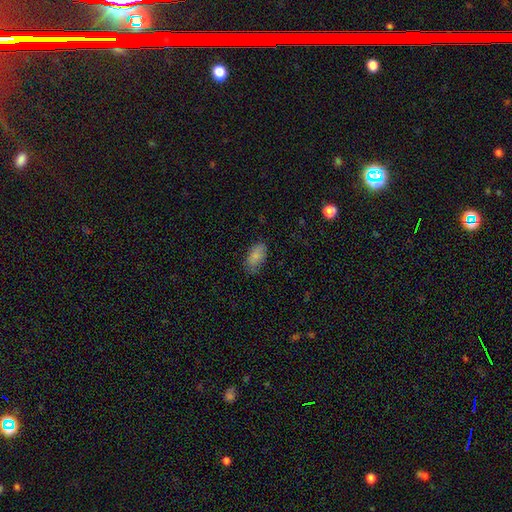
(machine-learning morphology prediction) A smooth galaxy with no disk features (82%) that is in between round and cigar-shaped (93%). Merging: none (68%).